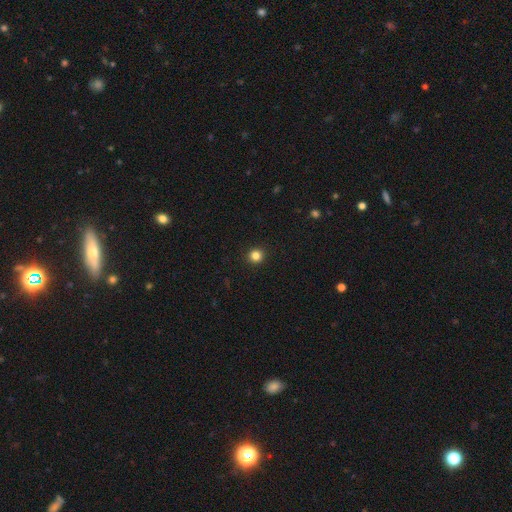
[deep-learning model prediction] Smooth or featured? smooth (83%)
How rounded? round (95%)
Merging? none (94%)